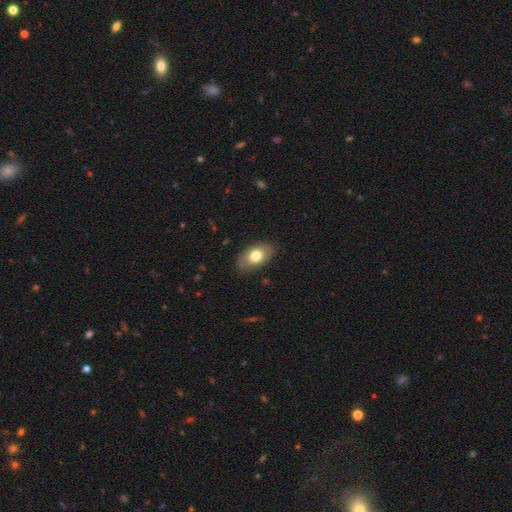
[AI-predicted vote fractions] smooth_or_featured: smooth (p=0.73) [alt: featured or disk p=0.20]
how_rounded: in between (p=0.90) [alt: round p=0.09]
merging: none (p=0.80) [alt: minor disturbance p=0.15]